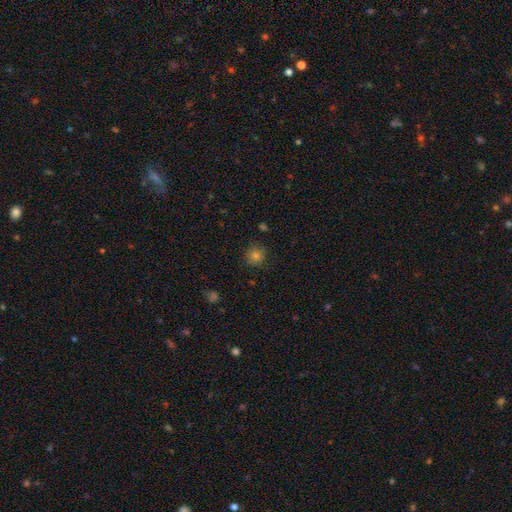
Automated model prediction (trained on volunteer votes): A smooth galaxy with no disk features (78%) that is round (91%). Merging: none (87%).